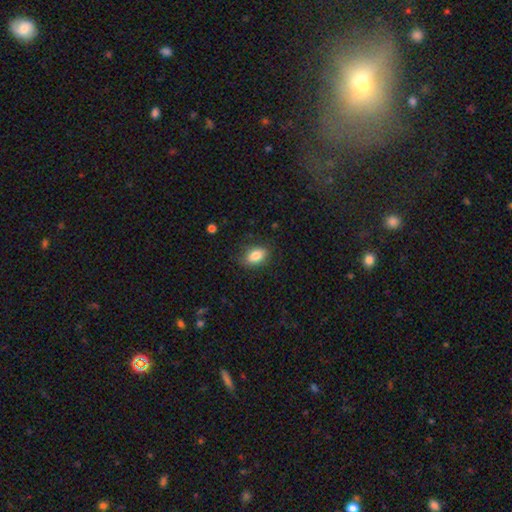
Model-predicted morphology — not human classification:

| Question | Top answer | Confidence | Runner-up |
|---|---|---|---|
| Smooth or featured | smooth | 84% | star or artifact (8%) |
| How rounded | in between | 86% | round (12%) |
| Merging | none | 82% | minor disturbance (13%) |